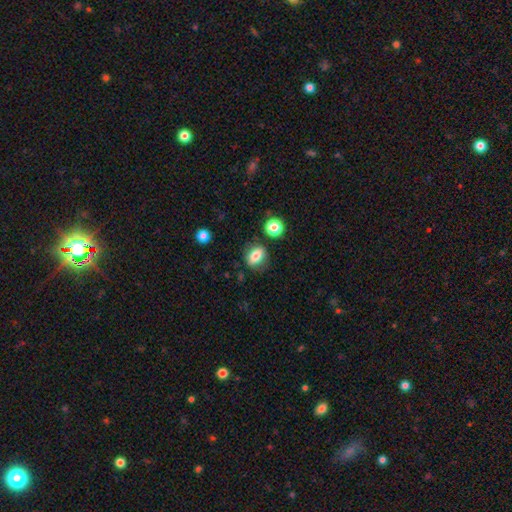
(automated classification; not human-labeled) A smooth galaxy with no disk features (78%) that is in between round and cigar-shaped (64%).

Vote fractions:
- Smooth or featured? smooth: 78% / featured or disk: 12% / star or artifact: 10%
- How rounded? in between: 64% / round: 33% / cigar-shaped: 3%
- Merging? none: 79% / minor disturbance: 13% / merger: 4% / major disturbance: 4%